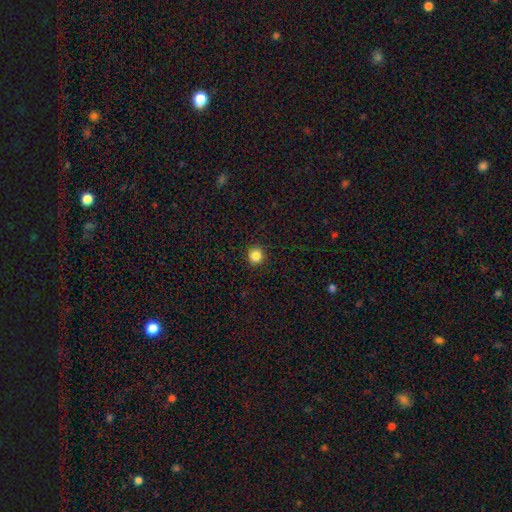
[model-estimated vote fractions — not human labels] Smooth or featured: smooth — 86% (star or artifact — 11%)
How rounded: round — 94% (in between — 5%)
Merging: none — 93% (minor disturbance — 5%)